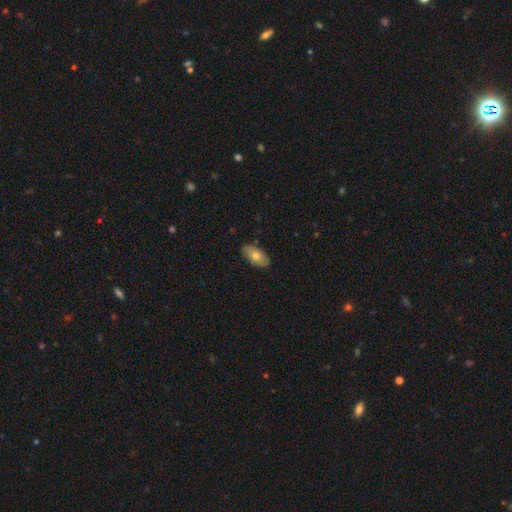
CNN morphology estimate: A smooth galaxy with no disk features (66%) that is in between round and cigar-shaped (93%).

Vote fractions:
- Smooth or featured? smooth: 66% / featured or disk: 27% / star or artifact: 7%
- How rounded? in between: 93% / round: 4% / cigar-shaped: 4%
- Merging? none: 85% / minor disturbance: 12% / major disturbance: 2% / merger: 1%